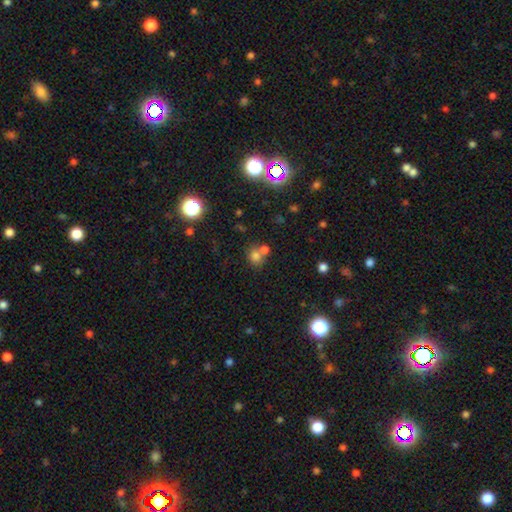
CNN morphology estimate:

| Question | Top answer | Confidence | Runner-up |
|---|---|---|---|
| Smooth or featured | smooth | 72% | star or artifact (17%) |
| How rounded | round | 71% | in between (28%) |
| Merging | none | 49% | merger (38%) |